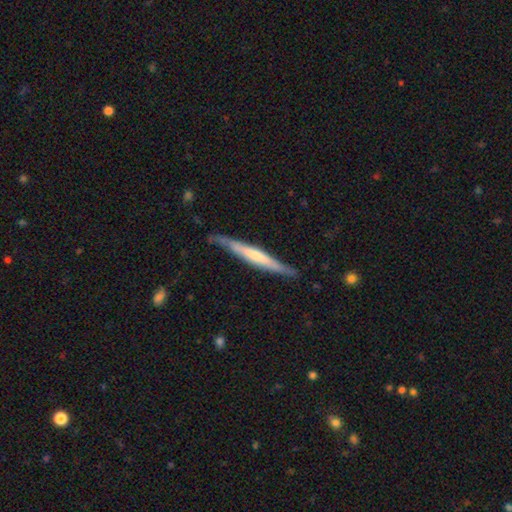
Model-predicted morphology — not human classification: smooth-or-featured: featured or disk: 55% | smooth: 40% | star or artifact: 5%
  disk-edge-on: yes: 93% | no: 7%
    edge-on-bulge: none: 50% | rounded: 27% | boxy: 22%
  merging: none: 79% | minor disturbance: 16% | major disturbance: 3% | merger: 2%